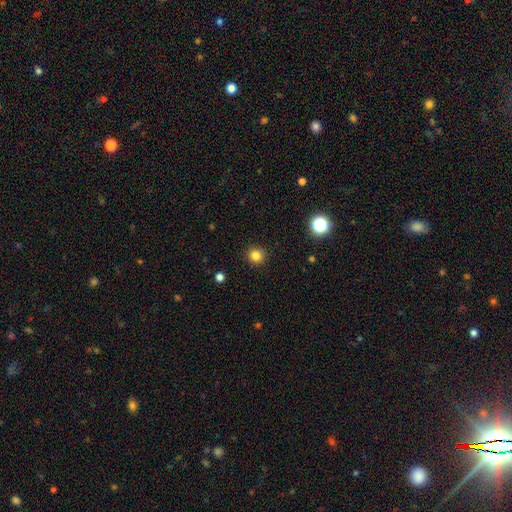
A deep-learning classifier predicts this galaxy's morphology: The model was most divided on "smooth or featured": smooth: 82%, star or artifact: 13%, featured or disk: 5%. More confident: how rounded — round (92%); merging — none (92%).